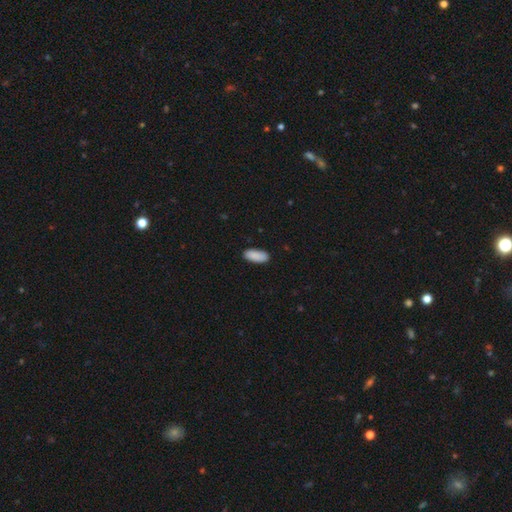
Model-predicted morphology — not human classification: Smooth or featured?
  - smooth: 90% *
  - star or artifact: 6%
  - featured or disk: 4%
How rounded?
  - in between: 87% *
  - cigar-shaped: 11%
  - round: 2%
Merging?
  - none: 87% *
  - minor disturbance: 10%
  - major disturbance: 2%
  - merger: 1%